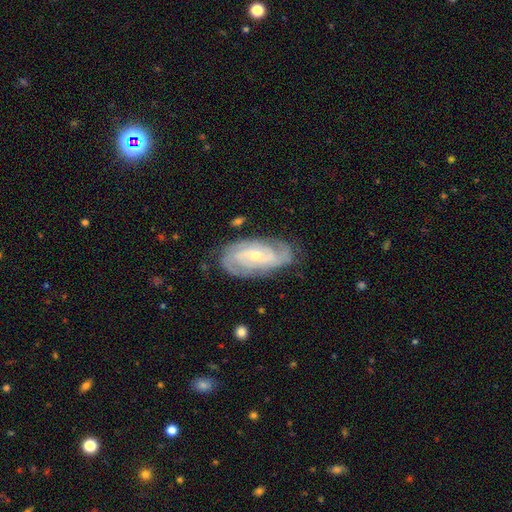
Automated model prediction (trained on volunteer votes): The model was most divided on "bar": no: 46%, weak: 39%, strong: 15%. Remaining: spiral arms — yes (96%); edge-on disk — no (95%); smooth or featured — featured or disk (86%); merging — none (76%); spiral winding — tight (60%); bulge size — small (59%); spiral arm count — 2 (45%).